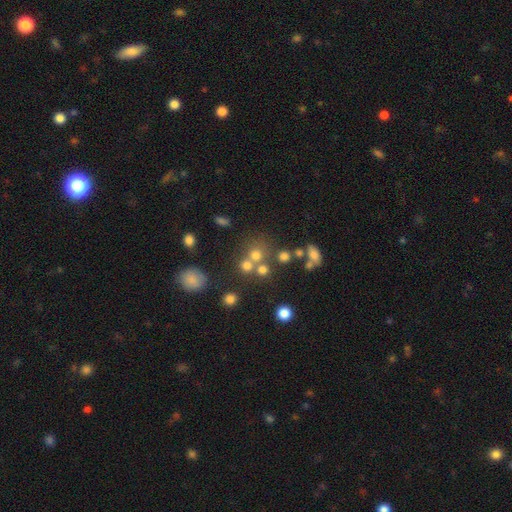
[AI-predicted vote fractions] A smooth galaxy with no disk features (64%) that is round (84%).

Vote fractions:
- Smooth or featured? smooth: 64% / star or artifact: 20% / featured or disk: 16%
- How rounded? round: 84% / in between: 15% / cigar-shaped: 1%
- Merging? none: 51% / merger: 36% / minor disturbance: 9% / major disturbance: 5%